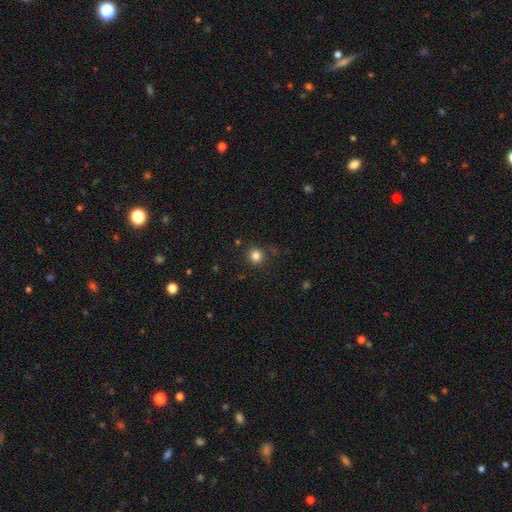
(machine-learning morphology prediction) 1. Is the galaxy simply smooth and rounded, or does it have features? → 83% smooth, 13% star or artifact, 4% featured or disk.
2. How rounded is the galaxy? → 90% round, 9% in between, 1% cigar-shaped.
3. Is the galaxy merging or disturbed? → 87% none, 8% minor disturbance, 3% major disturbance, 2% merger.